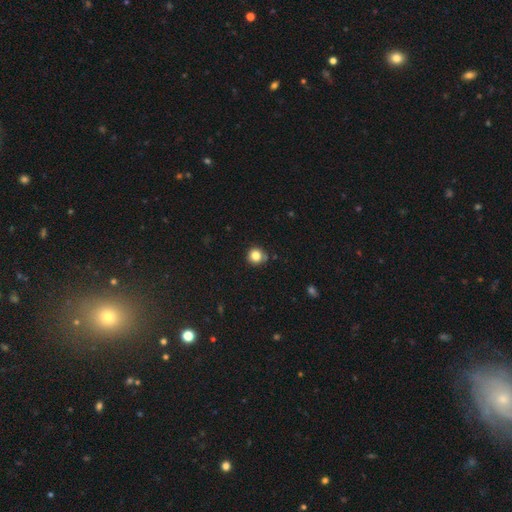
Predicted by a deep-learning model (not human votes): Smooth or featured? Predicted: smooth (p=0.82). How rounded? Predicted: round (p=0.93). Merging? Predicted: none (p=0.83).